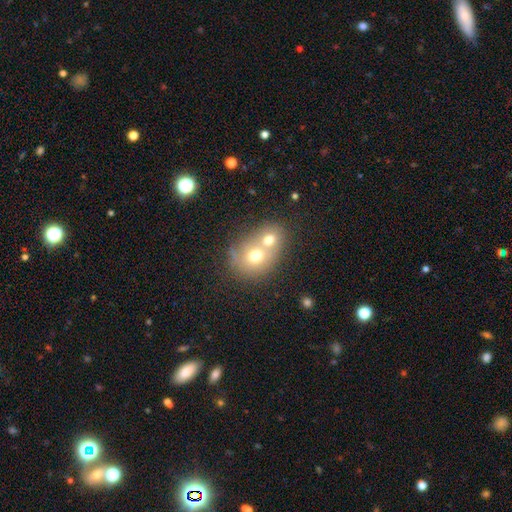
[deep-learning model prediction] This is likely a smooth galaxy (65%). How rounded: likely round (65%). Merging: likely merger (68%).